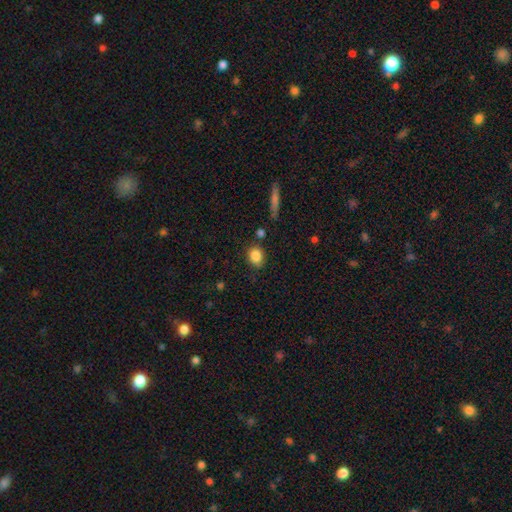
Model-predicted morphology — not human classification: smooth 85%, star or artifact 9%, featured or disk 6%. Down the decision tree: how rounded — round (51%); merging — none (79%).